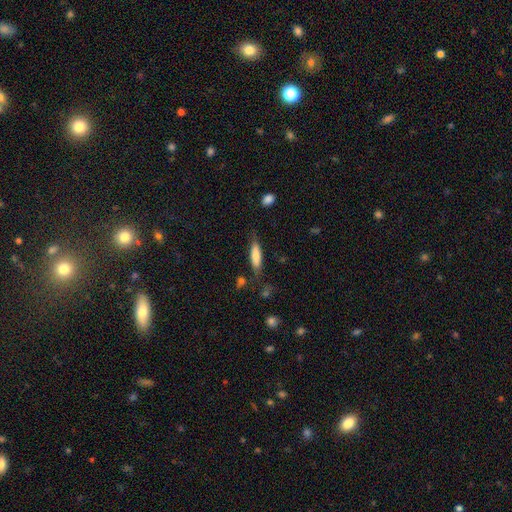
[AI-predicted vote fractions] The model was most divided on "how rounded": cigar-shaped: 63%, in between: 35%, round: 2%. More confident: smooth or featured — smooth (74%); merging — none (71%).